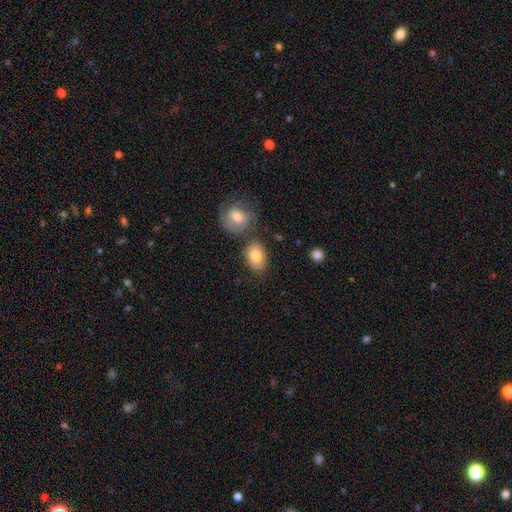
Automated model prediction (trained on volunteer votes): Morphology: type=smooth (79%); roundness=in between (79%); merging=none (66%).